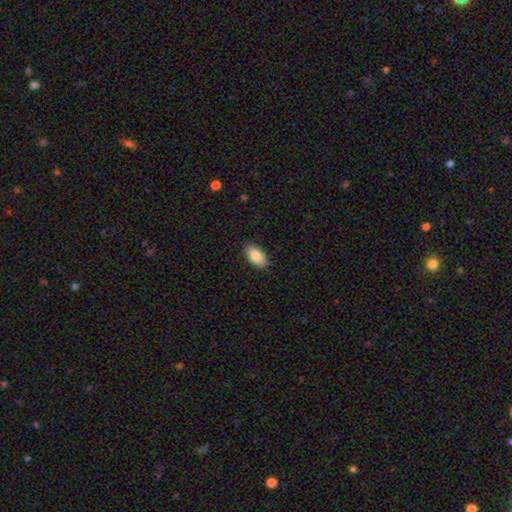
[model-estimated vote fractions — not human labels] Morphology: type=smooth (87%); roundness=in between (94%); merging=none (87%).